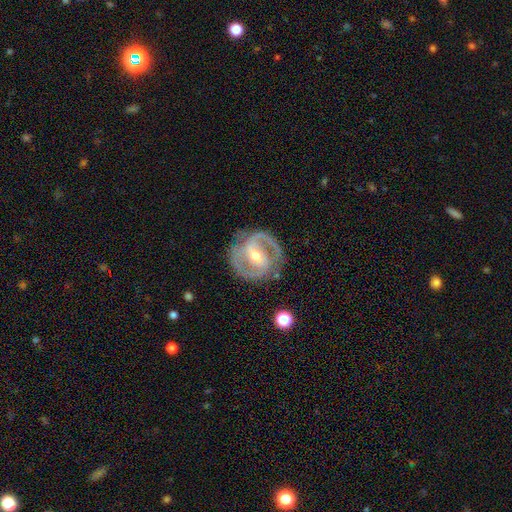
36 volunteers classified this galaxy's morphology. Volunteers were most divided on "bar": no: 38%, weak: 34%, strong: 28%. Remaining: edge-on disk — no (97%); spiral arm count — 2 (96%); spiral arms — yes (93%); smooth or featured — featured or disk (83%); bulge size — moderate (66%); merging — none (56%); spiral winding — medium (48%).